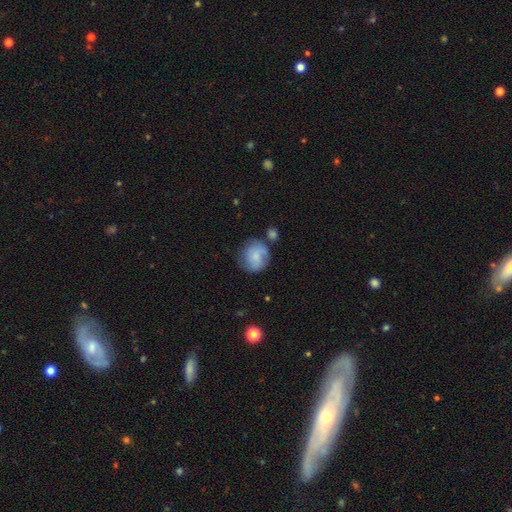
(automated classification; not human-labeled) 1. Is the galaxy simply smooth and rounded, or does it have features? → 72% smooth, 20% featured or disk, 8% star or artifact.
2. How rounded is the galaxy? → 83% round, 16% in between, 1% cigar-shaped.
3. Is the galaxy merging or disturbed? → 59% none, 23% minor disturbance, 9% merger, 8% major disturbance.